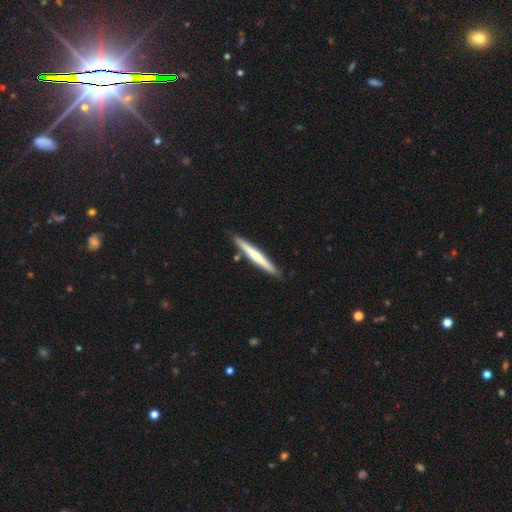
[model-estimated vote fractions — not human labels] Q: Smooth or featured?
A: featured or disk (48%); runner-up: smooth (47%)
Q: Merging?
A: none (87%); runner-up: minor disturbance (9%)